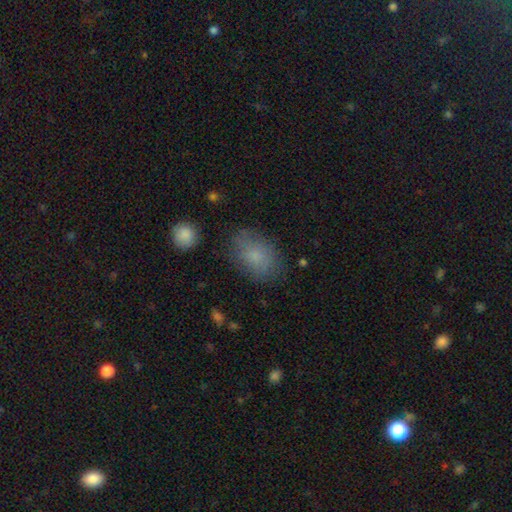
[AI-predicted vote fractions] Q: Smooth or featured?
A: smooth (79%); runner-up: featured or disk (12%)
Q: How rounded?
A: in between (82%); runner-up: round (17%)
Q: Merging?
A: none (75%); runner-up: minor disturbance (18%)